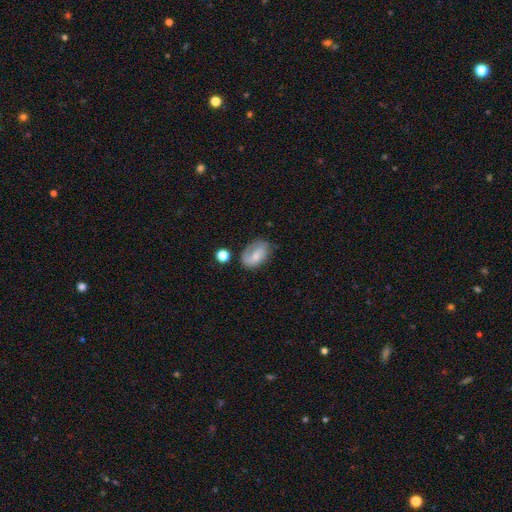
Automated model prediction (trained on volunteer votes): Morphology: type=smooth (52%); roundness=in between (82%); merging=none (53%).